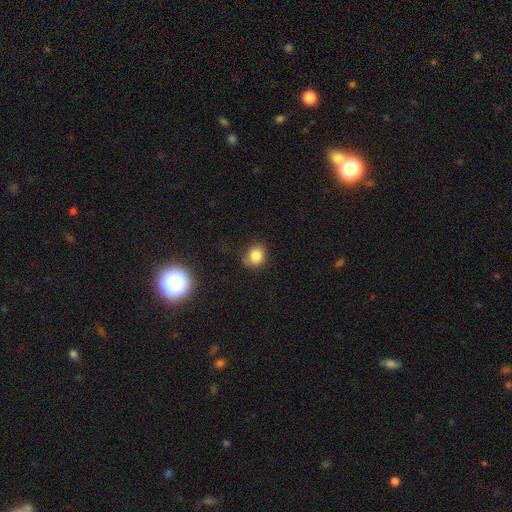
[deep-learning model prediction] A smooth galaxy with no disk features (82%) that is round (73%). Merging: none (70%).